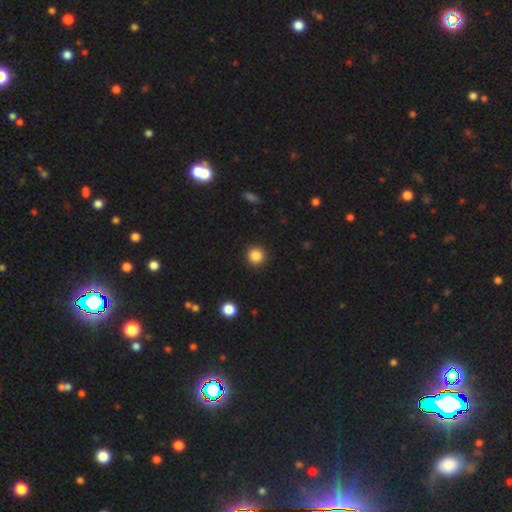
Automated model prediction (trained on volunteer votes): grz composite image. It shows a smooth galaxy with no disk features (86%) that is round (94%). Merging: none (92%).